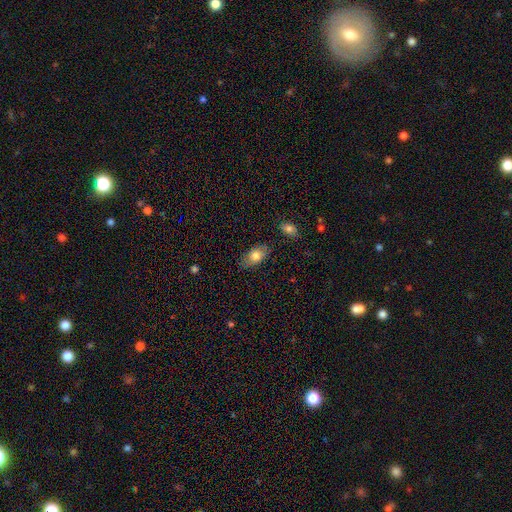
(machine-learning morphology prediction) Smooth or featured? smooth (76%)
How rounded? in between (90%)
Merging? none (79%)